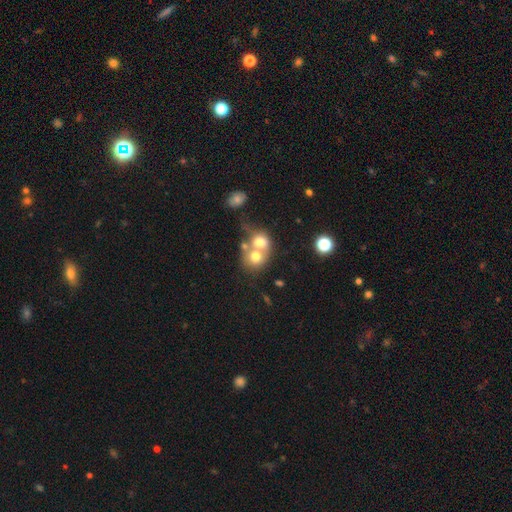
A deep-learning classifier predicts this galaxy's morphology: The model was most divided on "how rounded": round: 69%, in between: 30%, cigar-shaped: 1%. More confident: merging — merger (69%); smooth or featured — smooth (67%).